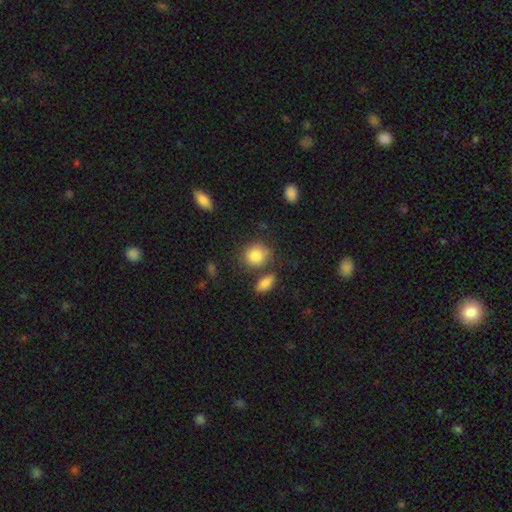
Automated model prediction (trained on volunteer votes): Smooth or featured? Predicted: smooth (p=0.83). How rounded? Predicted: round (p=0.72). Merging? Predicted: none (p=0.65).